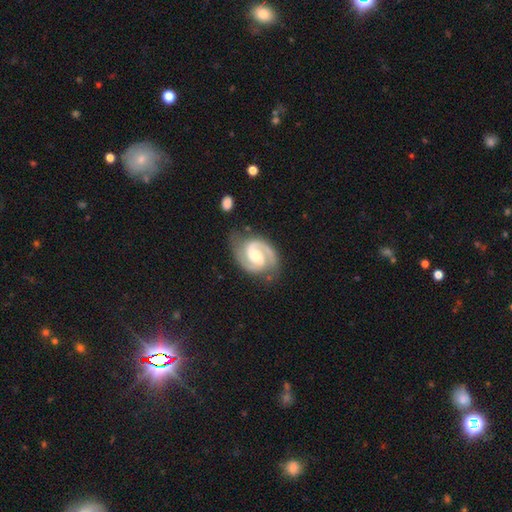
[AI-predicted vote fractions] smooth_or_featured: featured or disk (p=0.92) [alt: smooth p=0.04]
disk_edge_on: no (p=0.98) [alt: yes p=0.02]
bar: weak (p=0.48) [alt: strong p=0.31]
has_spiral_arms: yes (p=0.98) [alt: no p=0.02]
spiral_winding: medium (p=0.55) [alt: tight p=0.37]
spiral_arm_count: 2 (p=0.93) [alt: 1 p=0.02]
bulge_size: moderate (p=0.63) [alt: small p=0.25]
merging: none (p=0.76) [alt: minor disturbance p=0.17]